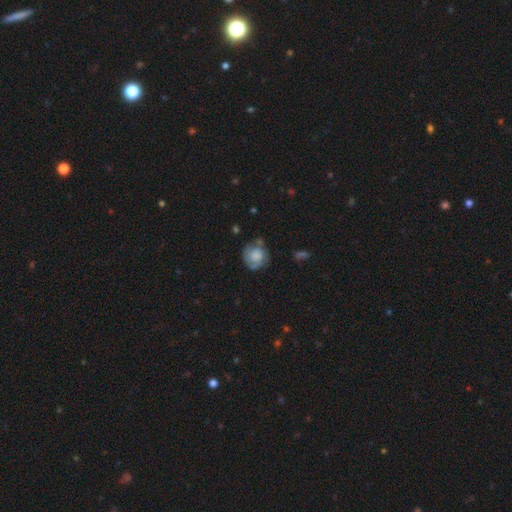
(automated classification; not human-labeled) Smooth or featured? Predicted: smooth (p=0.63). How rounded? Predicted: round (p=0.83). Merging? Predicted: none (p=0.57).